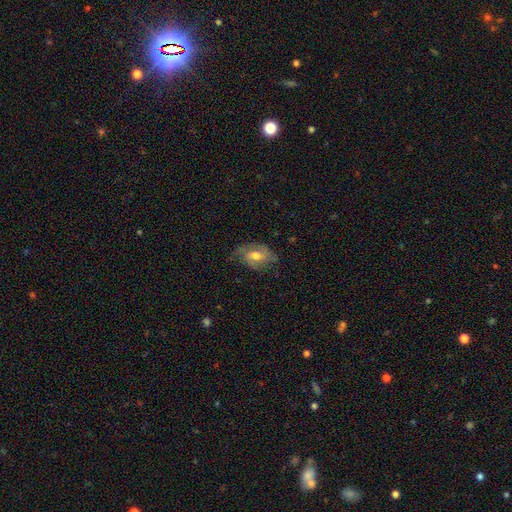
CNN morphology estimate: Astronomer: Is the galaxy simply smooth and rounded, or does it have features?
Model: featured or disk — 52% (runner-up: smooth, 41%).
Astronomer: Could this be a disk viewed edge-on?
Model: no — 94%.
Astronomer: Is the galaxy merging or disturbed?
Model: none — 59%.